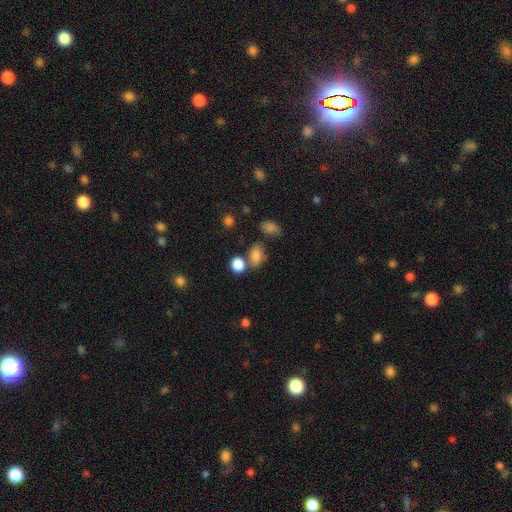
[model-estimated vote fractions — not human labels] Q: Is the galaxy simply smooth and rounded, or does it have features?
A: smooth — 82%.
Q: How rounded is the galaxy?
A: in between — 68%.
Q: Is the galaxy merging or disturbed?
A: none — 58%.